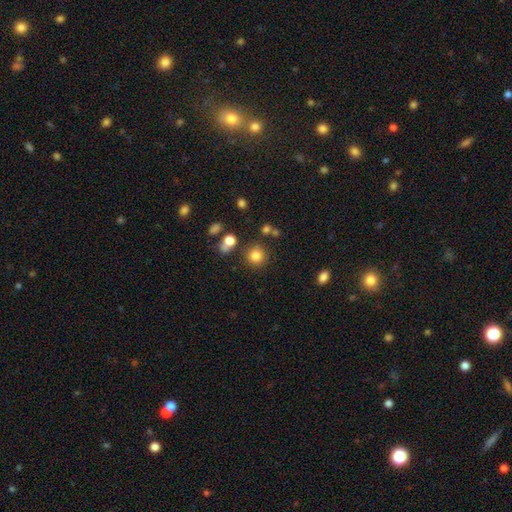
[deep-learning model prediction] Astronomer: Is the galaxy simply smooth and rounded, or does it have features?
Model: smooth — 82%.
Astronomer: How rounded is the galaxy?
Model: round — 90%.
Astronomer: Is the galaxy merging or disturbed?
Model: none — 80%.